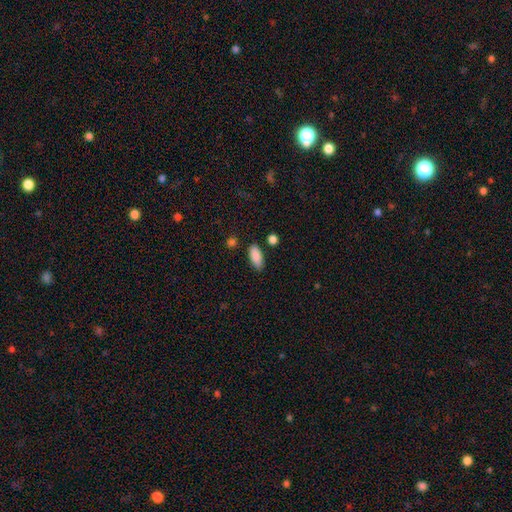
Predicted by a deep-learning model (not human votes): smooth 89%, star or artifact 7%, featured or disk 5%. Down the decision tree: how rounded — in between (84%); merging — none (81%).